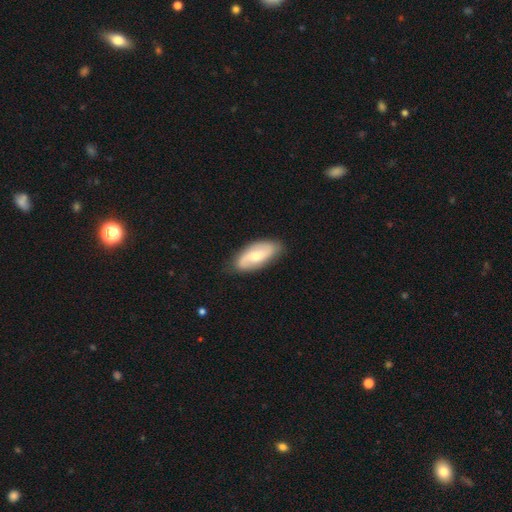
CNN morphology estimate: A featured or disk galaxy (58%) with no bar (51%), spiral arms (86%) and a moderate central bulge (52%). Merging: none (83%).